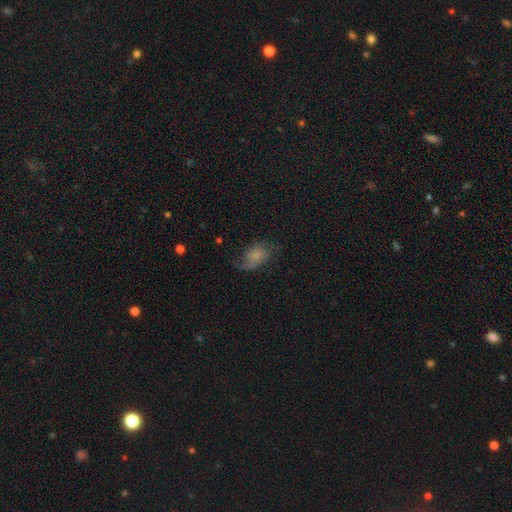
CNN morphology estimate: Smooth or featured?
  - smooth: 50% *
  - featured or disk: 40%
  - star or artifact: 11%
Merging?
  - none: 44% *
  - major disturbance: 27%
  - minor disturbance: 27%
  - merger: 2%